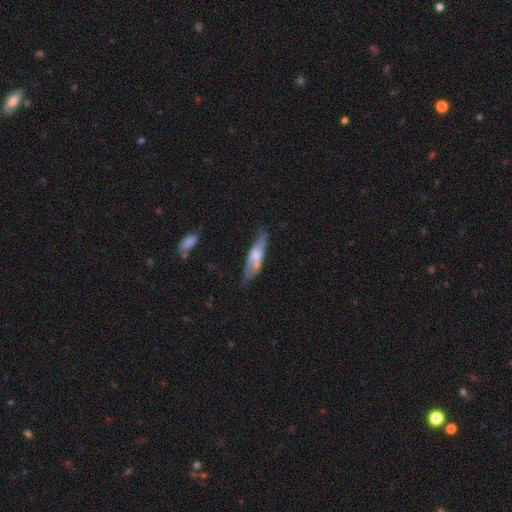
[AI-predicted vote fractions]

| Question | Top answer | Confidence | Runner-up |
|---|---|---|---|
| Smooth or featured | smooth | 50% | featured or disk (44%) |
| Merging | none | 62% | minor disturbance (27%) |